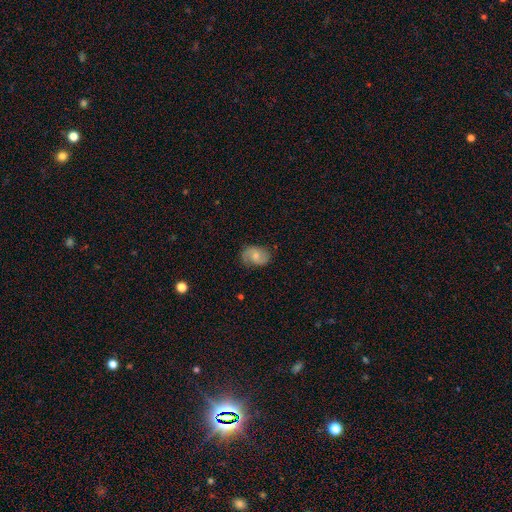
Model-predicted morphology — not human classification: This appears to be a featured or disk galaxy (51%). Merging: none (69%).